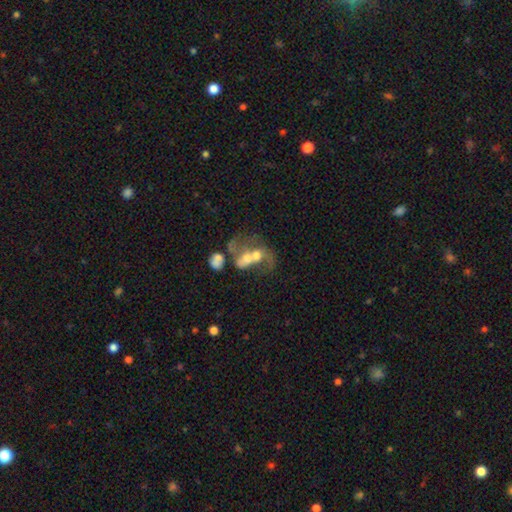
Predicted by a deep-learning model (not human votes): The model was most divided on "spiral arms": no: 56%, yes: 44%. Remaining: edge-on disk — no (97%); bar — no (76%); merging — merger (70%); smooth or featured — featured or disk (53%); bulge size — moderate (49%).